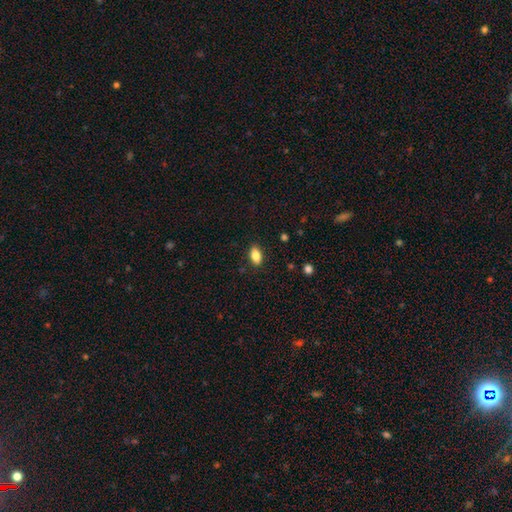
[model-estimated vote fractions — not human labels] Smooth or featured: smooth — 84% (star or artifact — 8%)
How rounded: in between — 90% (round — 7%)
Merging: none — 87% (minor disturbance — 9%)